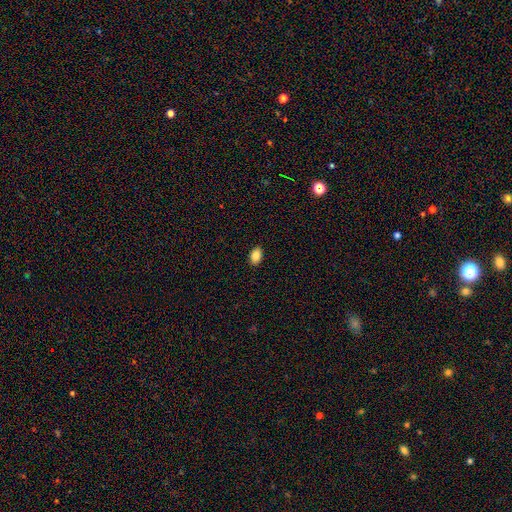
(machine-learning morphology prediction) Q: Smooth or featured?
A: smooth (86%); runner-up: star or artifact (8%)
Q: How rounded?
A: in between (86%); runner-up: round (13%)
Q: Merging?
A: none (90%); runner-up: minor disturbance (8%)